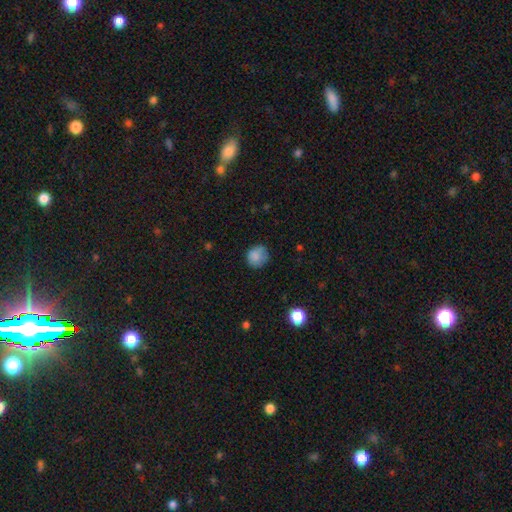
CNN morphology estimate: type=smooth (82%); roundness=round (78%); merging=none (68%).